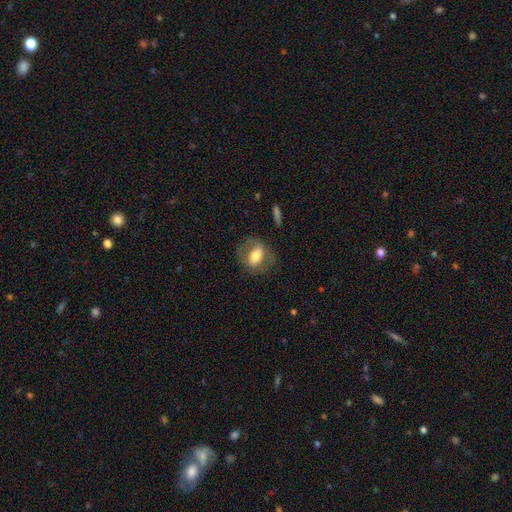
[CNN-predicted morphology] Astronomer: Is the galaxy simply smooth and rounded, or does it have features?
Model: smooth — 50% (runner-up: featured or disk, 43%).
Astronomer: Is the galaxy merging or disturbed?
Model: none — 70%.